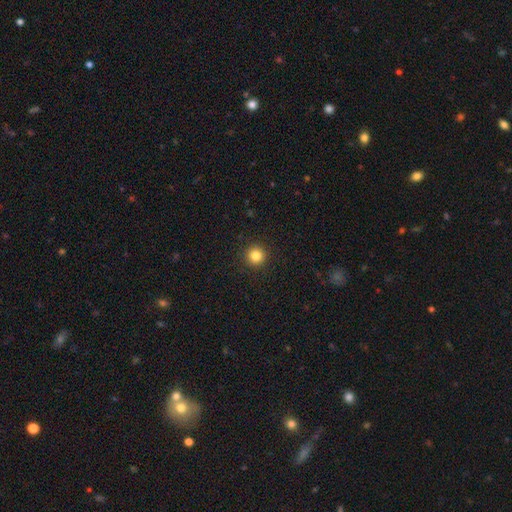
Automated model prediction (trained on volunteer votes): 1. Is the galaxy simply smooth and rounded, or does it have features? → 83% smooth, 12% star or artifact, 5% featured or disk.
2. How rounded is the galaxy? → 96% round, 3% in between, 1% cigar-shaped.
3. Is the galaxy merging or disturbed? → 93% none, 4% minor disturbance, 2% major disturbance, 1% merger.